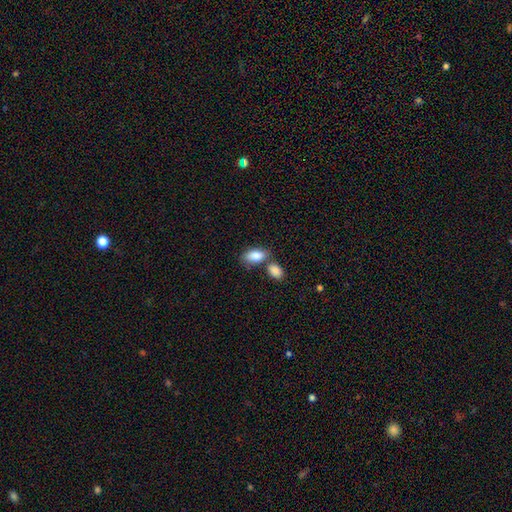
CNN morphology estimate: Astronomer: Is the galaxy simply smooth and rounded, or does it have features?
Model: smooth — 87%.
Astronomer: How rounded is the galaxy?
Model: in between — 92%.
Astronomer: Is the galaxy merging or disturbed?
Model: none — 46% (runner-up: merger, 38%).